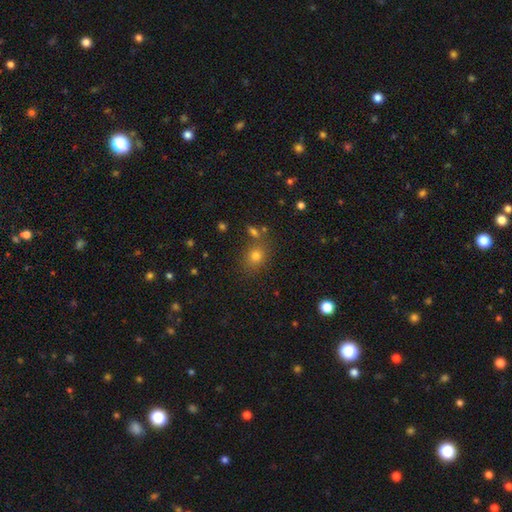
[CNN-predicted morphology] This appears to be a smooth galaxy with no disk features (74%) that is round (57%). Merging: none (75%).